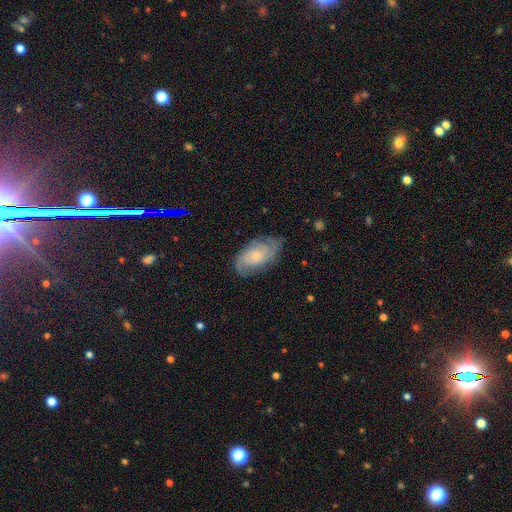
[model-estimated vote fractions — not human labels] Morphology: type=featured or disk (63%); edge-on=no (94%); bar=no (73%); spiral arms=yes (91%); winding=tight (47%); arm count=2 (49%); bulge=small (51%); merging=none (73%).